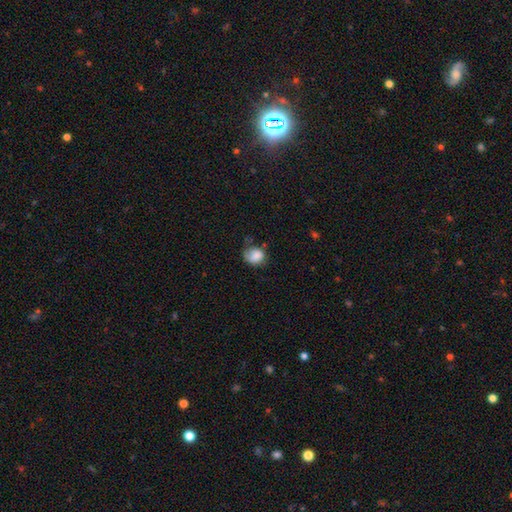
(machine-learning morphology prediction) The model was most divided on "merging": none: 45%, minor disturbance: 35%, major disturbance: 16%, merger: 4%. More confident: smooth or featured — smooth (82%); how rounded — round (62%).